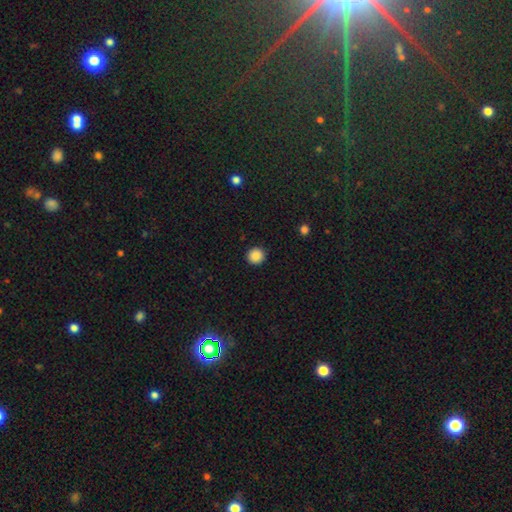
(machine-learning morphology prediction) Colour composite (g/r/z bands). It shows a smooth galaxy with no disk features (88%) that is round (94%). Merging: none (92%).